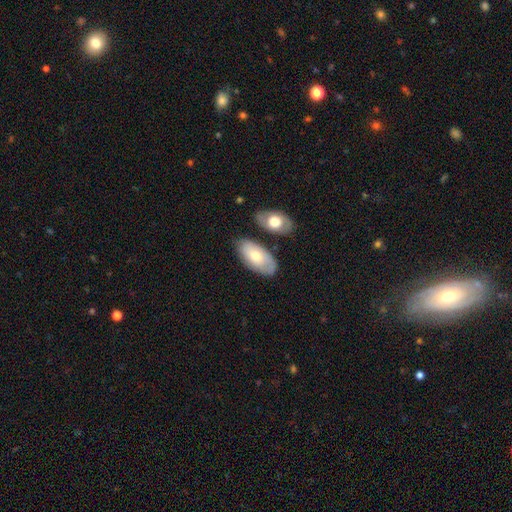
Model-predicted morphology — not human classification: This appears to be a smooth galaxy with no disk features (66%) that is in between round and cigar-shaped (94%). Merging: none (66%).